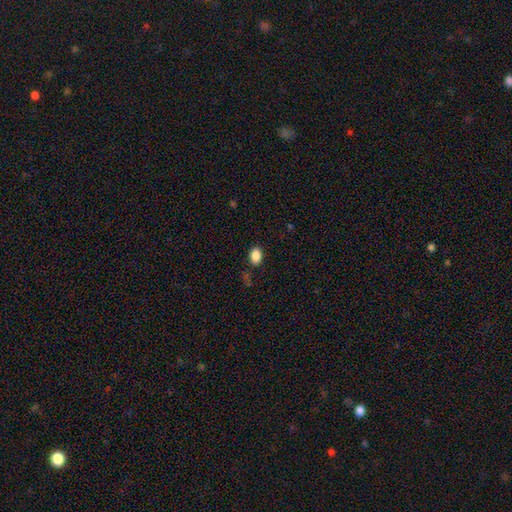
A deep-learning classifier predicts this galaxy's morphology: Smooth or featured? smooth (87%)
How rounded? in between (82%)
Merging? none (82%)